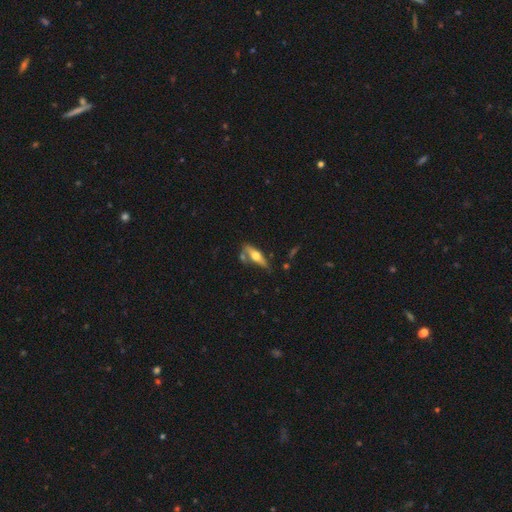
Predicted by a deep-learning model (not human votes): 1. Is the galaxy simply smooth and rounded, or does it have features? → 55% featured or disk, 38% smooth, 6% star or artifact.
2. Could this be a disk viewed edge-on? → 88% yes, 12% no.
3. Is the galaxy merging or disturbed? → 59% none, 20% minor disturbance, 14% merger, 7% major disturbance.